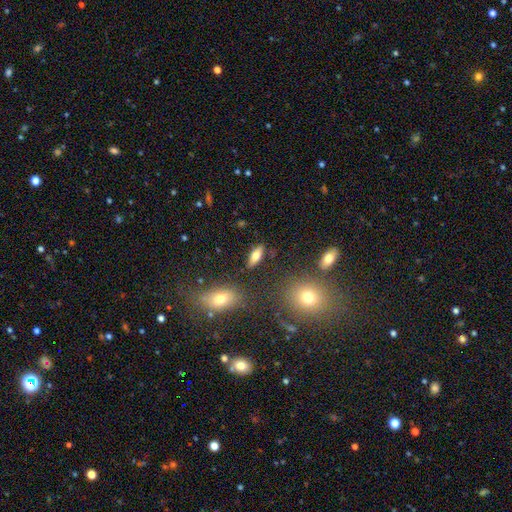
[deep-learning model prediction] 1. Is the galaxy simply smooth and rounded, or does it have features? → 64% smooth, 27% featured or disk, 9% star or artifact.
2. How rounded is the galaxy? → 69% in between, 27% cigar-shaped, 4% round.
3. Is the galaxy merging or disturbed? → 84% none, 10% minor disturbance, 3% merger, 3% major disturbance.